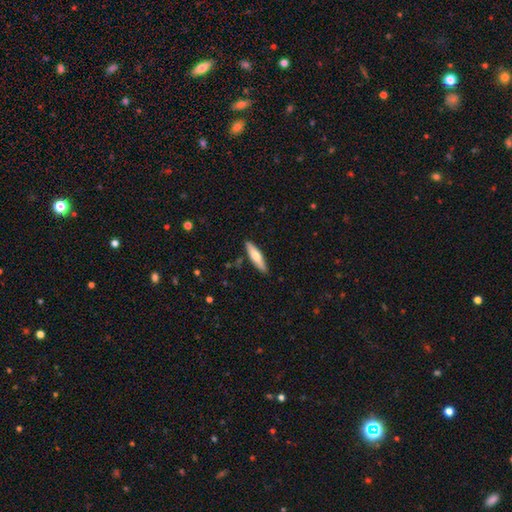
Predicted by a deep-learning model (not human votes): Smooth or featured? Predicted: smooth (p=0.63). How rounded? Predicted: cigar-shaped (p=0.76). Merging? Predicted: none (p=0.87).